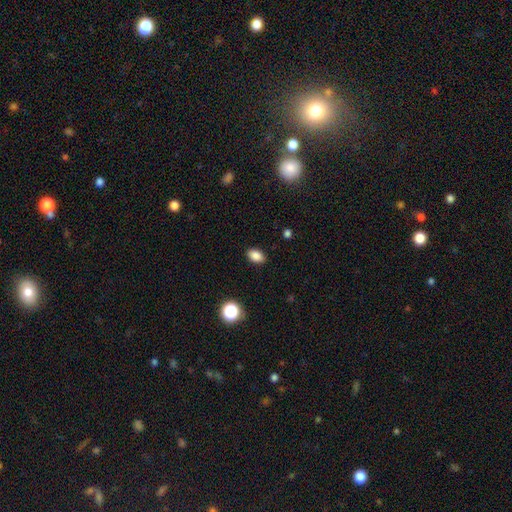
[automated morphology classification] type=smooth (86%); roundness=in between (84%); merging=none (89%).